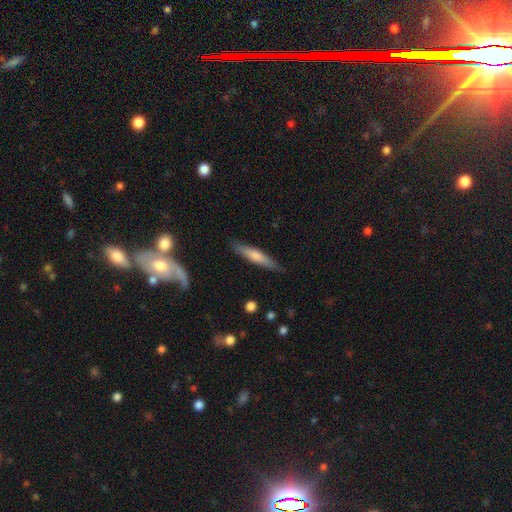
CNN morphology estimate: smooth_or_featured: smooth (p=0.62) [alt: featured or disk p=0.33]
how_rounded: cigar-shaped (p=0.88) [alt: in between p=0.11]
merging: none (p=0.86) [alt: minor disturbance p=0.11]